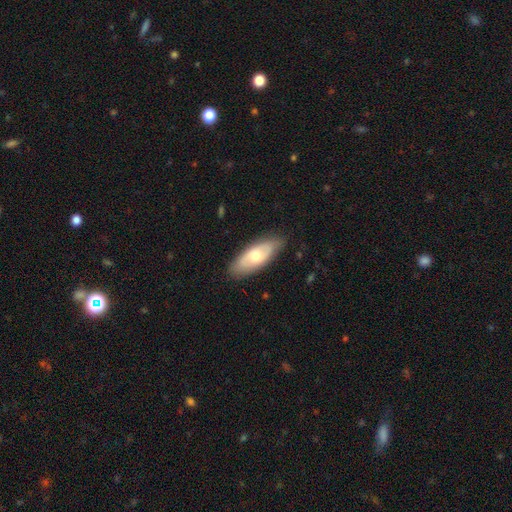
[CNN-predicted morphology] Overall: smooth (54%; featured or disk 41%). How rounded: in between (82%). Merging: none (83%).